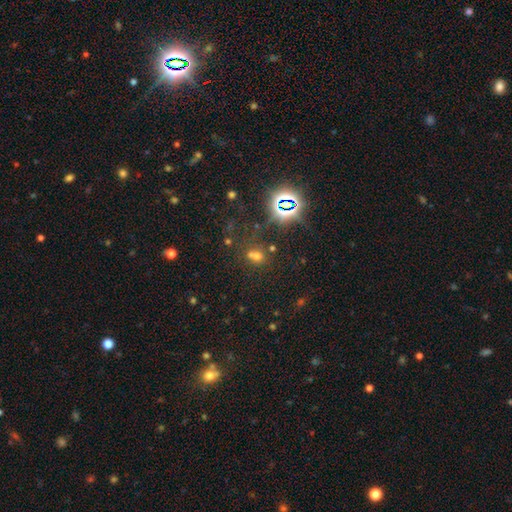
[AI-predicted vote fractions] Smooth or featured? Predicted: smooth (p=0.51). How rounded? Predicted: round (p=0.52). Merging? Predicted: none (p=0.51).